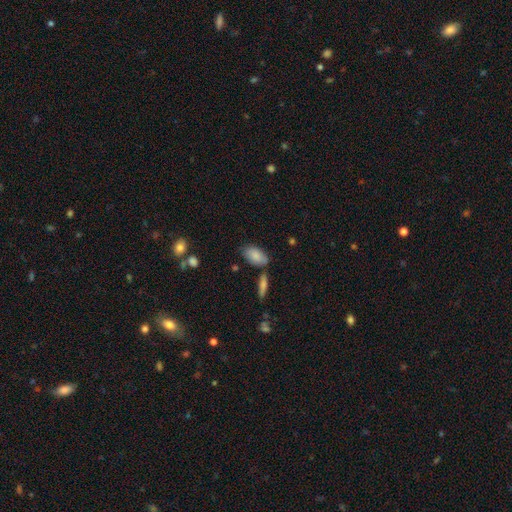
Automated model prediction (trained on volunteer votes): A smooth galaxy with no disk features (84%) that is in between round and cigar-shaped (92%).

Vote fractions:
- Smooth or featured? smooth: 84% / featured or disk: 9% / star or artifact: 7%
- How rounded? in between: 92% / cigar-shaped: 4% / round: 4%
- Merging? none: 67% / minor disturbance: 18% / merger: 11% / major disturbance: 4%